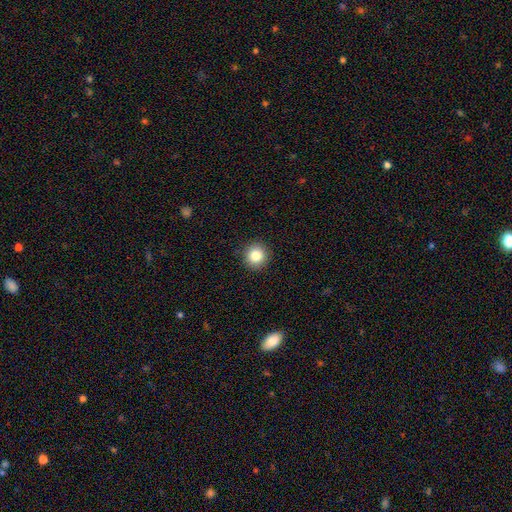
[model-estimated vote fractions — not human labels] smooth-or-featured: smooth: 84% | star or artifact: 10% | featured or disk: 6%
  how-rounded: round: 93% | in between: 6% | cigar-shaped: 1%
  merging: none: 92% | minor disturbance: 5% | major disturbance: 2% | merger: 1%